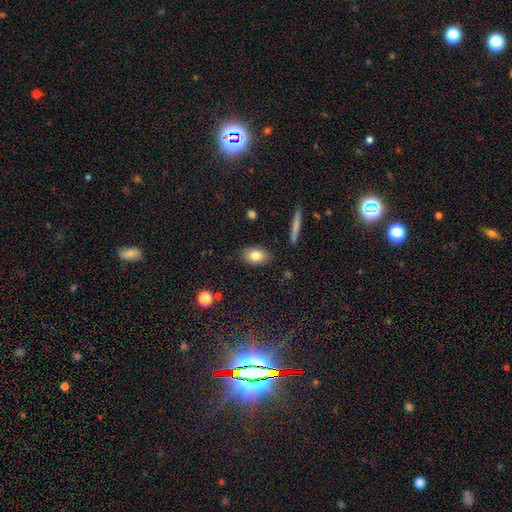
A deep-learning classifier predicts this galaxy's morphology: Smooth or featured?
  - smooth: 81% *
  - featured or disk: 12%
  - star or artifact: 8%
How rounded?
  - in between: 87% *
  - round: 10%
  - cigar-shaped: 3%
Merging?
  - none: 86% *
  - minor disturbance: 10%
  - major disturbance: 2%
  - merger: 2%